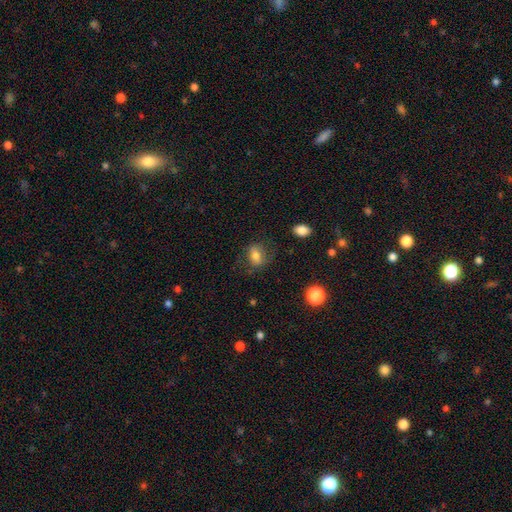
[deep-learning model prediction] This appears to be a smooth galaxy with no disk features (74%) that is in between round and cigar-shaped (69%). Merging: none (69%).